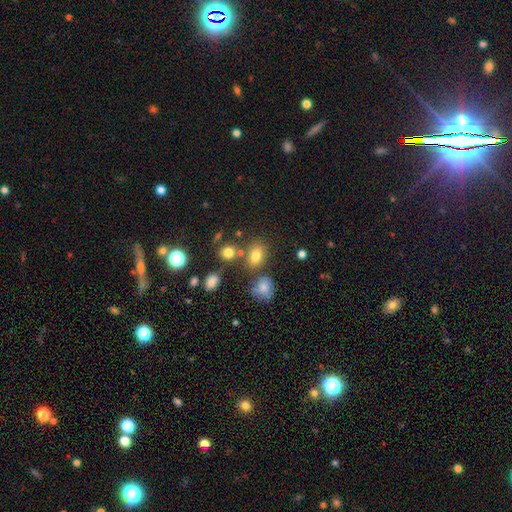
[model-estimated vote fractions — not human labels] Morphology: type=smooth (75%); roundness=in between (65%); merging=none (66%).